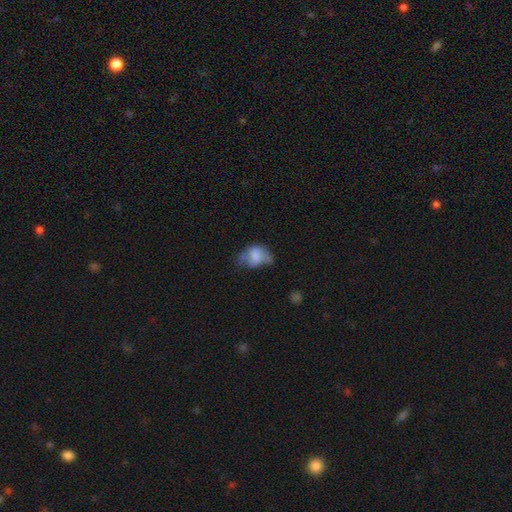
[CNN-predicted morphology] smooth-or-featured: smooth: 65% | featured or disk: 26% | star or artifact: 10%
  how-rounded: in between: 74% | round: 24% | cigar-shaped: 1%
  merging: minor disturbance: 33% | major disturbance: 31% | none: 27% | merger: 9%